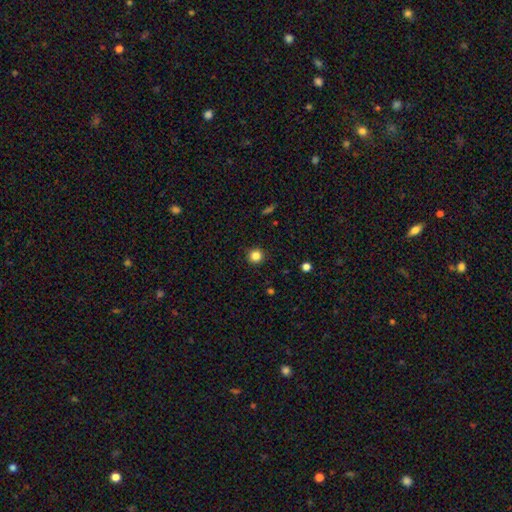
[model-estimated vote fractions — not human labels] Smooth or featured?
  - smooth: 84% *
  - star or artifact: 12%
  - featured or disk: 4%
How rounded?
  - round: 94% *
  - in between: 5%
  - cigar-shaped: 1%
Merging?
  - none: 92% *
  - minor disturbance: 5%
  - major disturbance: 2%
  - merger: 1%